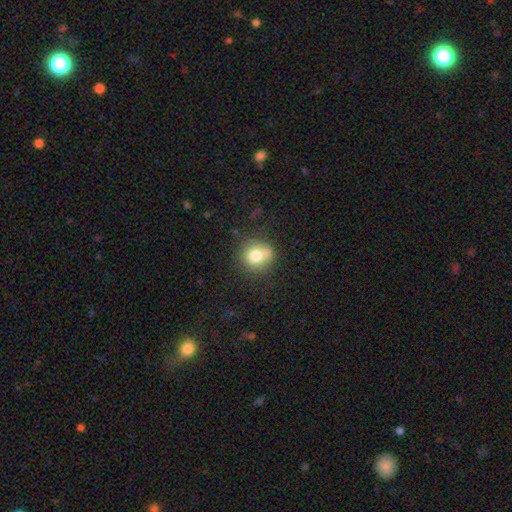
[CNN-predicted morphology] This is likely a smooth galaxy (76%). How rounded: clearly round (86%). Merging: likely none (63%).